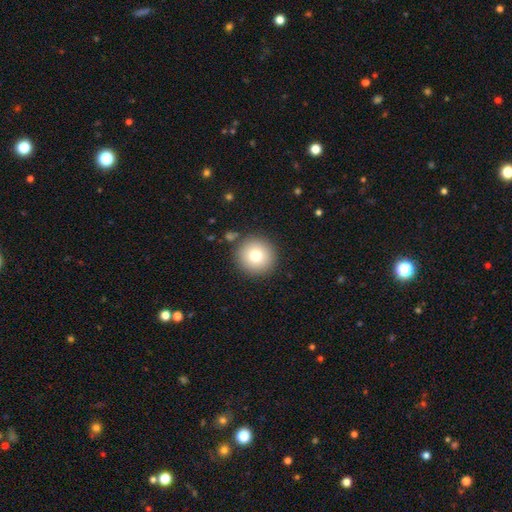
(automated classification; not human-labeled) This appears to be a smooth galaxy with no disk features (78%) that is round (95%). Merging: none (87%).